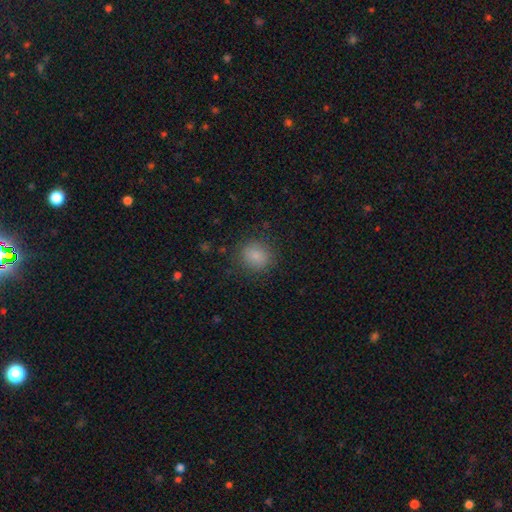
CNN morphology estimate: This is clearly a smooth galaxy (84%). How rounded: clearly round (84%). Merging: clearly none (85%).